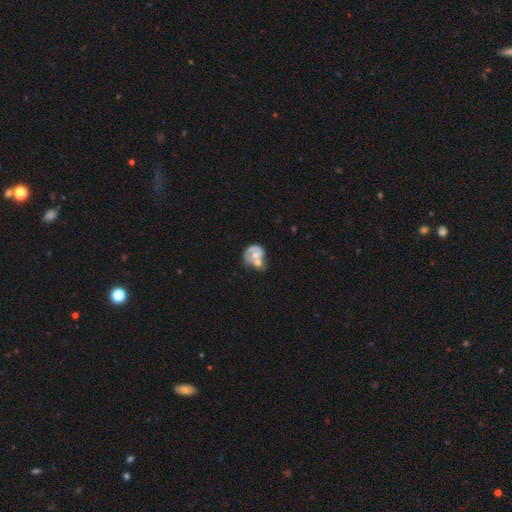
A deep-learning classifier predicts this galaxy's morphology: Smooth or featured? Predicted: featured or disk (p=0.59). Edge-on disk? Predicted: no (p=0.98). Bar? Predicted: no (p=0.79). Spiral arms? Predicted: yes (p=0.55). Bulge size? Predicted: moderate (p=0.60). Merging? Predicted: merger (p=0.60).